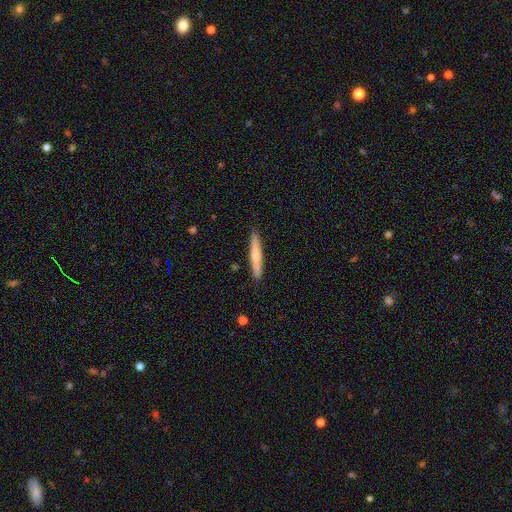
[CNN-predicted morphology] Overall: smooth (57%; featured or disk 37%). How rounded: cigar-shaped (93%). Merging: none (90%).